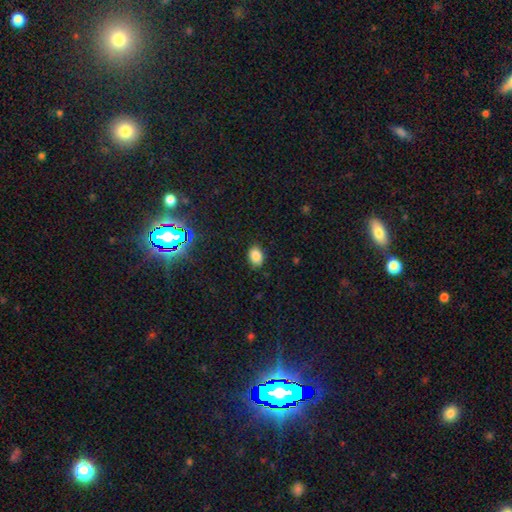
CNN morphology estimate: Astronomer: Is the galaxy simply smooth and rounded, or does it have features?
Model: smooth — 85%.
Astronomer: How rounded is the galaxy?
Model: in between — 77%.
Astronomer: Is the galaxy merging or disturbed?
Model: none — 86%.